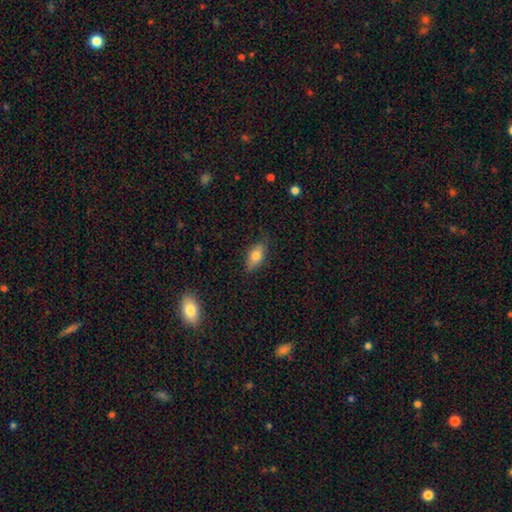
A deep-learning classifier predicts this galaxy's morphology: smooth 74%, featured or disk 18%, star or artifact 8%. Down the decision tree: how rounded — in between (84%); merging — none (80%).